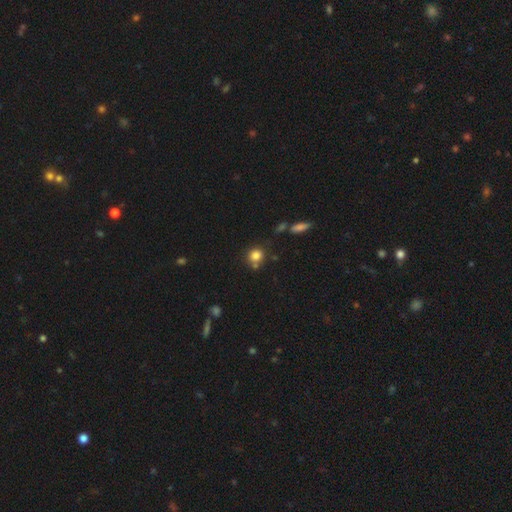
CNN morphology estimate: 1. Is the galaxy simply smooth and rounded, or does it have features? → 81% smooth, 12% star or artifact, 7% featured or disk.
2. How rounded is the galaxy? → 85% round, 14% in between, 1% cigar-shaped.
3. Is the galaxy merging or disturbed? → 67% none, 17% merger, 13% minor disturbance, 4% major disturbance.